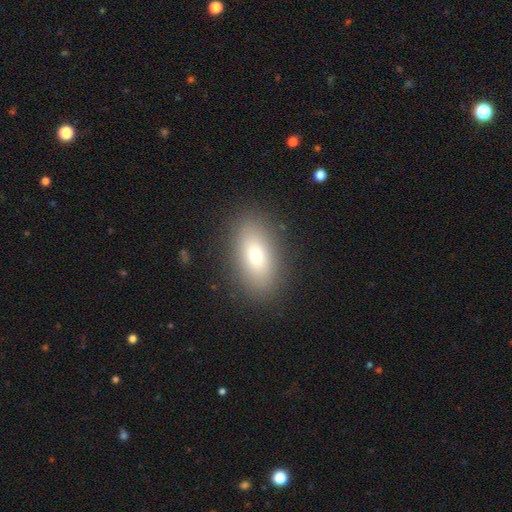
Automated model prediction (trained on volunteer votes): Q: Smooth or featured?
A: smooth (75%); runner-up: featured or disk (15%)
Q: How rounded?
A: in between (88%); runner-up: round (6%)
Q: Merging?
A: none (88%); runner-up: minor disturbance (8%)